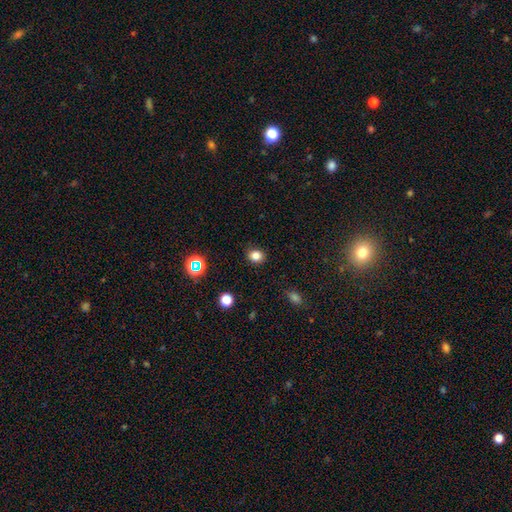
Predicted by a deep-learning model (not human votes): A smooth galaxy with no disk features (80%) that is round (64%). Merging: none (88%).